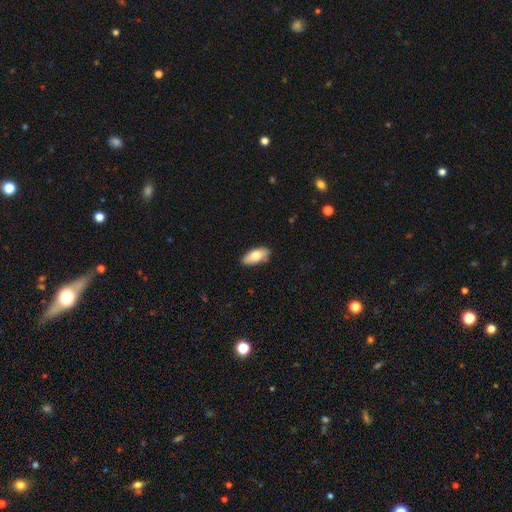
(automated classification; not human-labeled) smooth 73%, featured or disk 20%, star or artifact 6%. Down the decision tree: how rounded — in between (88%); merging — none (83%).